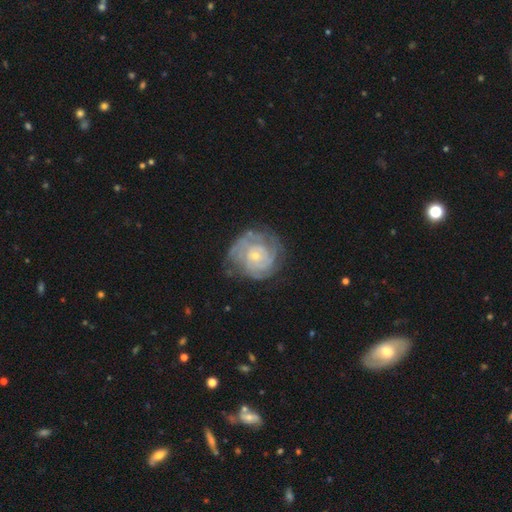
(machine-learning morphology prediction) This is clearly a featured or disk galaxy (81%). It is clearly not viewed edge-on (98%). Bar: likely no (79%). Spiral arm pattern: clearly yes (91%). Spiral arm count: marginally can't tell (42%). Spiral winding: likely tight (77%). Central bulge: likely small (73%). Merging: likely none (70%).